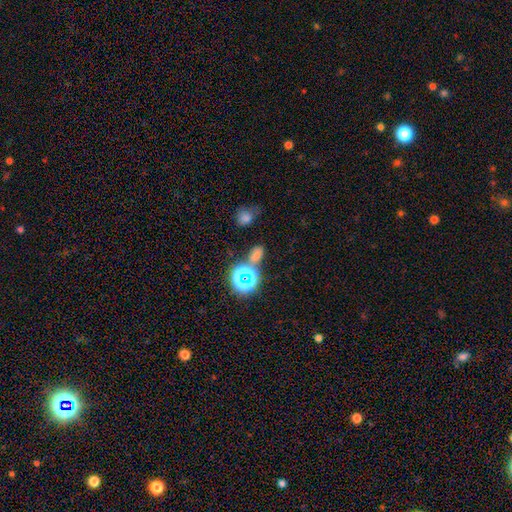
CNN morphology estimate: Smooth or featured?
  - smooth: 58% *
  - star or artifact: 36%
  - featured or disk: 7%
How rounded?
  - in between: 69% *
  - round: 27%
  - cigar-shaped: 4%
Merging?
  - none: 65% *
  - merger: 16%
  - minor disturbance: 13%
  - major disturbance: 6%